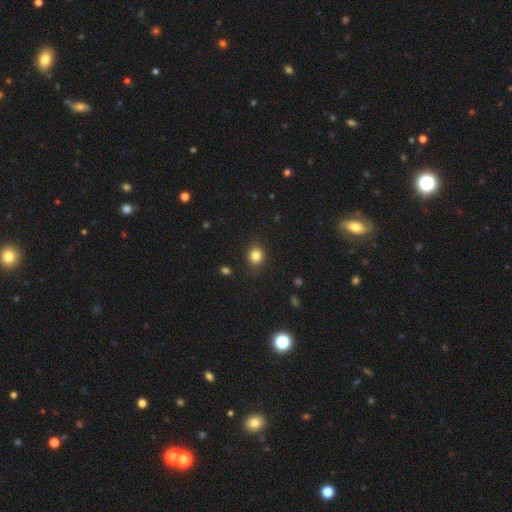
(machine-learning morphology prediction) A smooth galaxy with no disk features (83%) that is round (73%). Merging: none (85%).